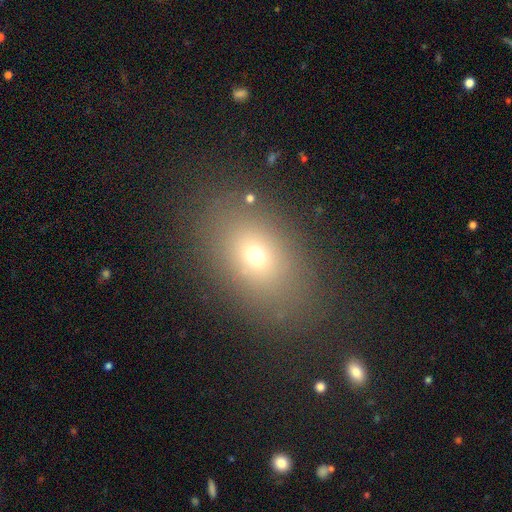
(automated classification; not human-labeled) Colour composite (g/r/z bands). It shows a smooth galaxy with no disk features (66%) that is in between round and cigar-shaped (74%). Merging: none (83%).